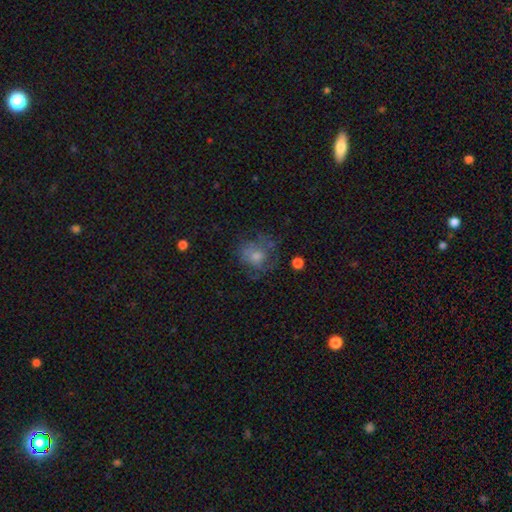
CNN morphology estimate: Smooth or featured: smooth — 46% (featured or disk — 38%)
Merging: none — 56% (minor disturbance — 21%)